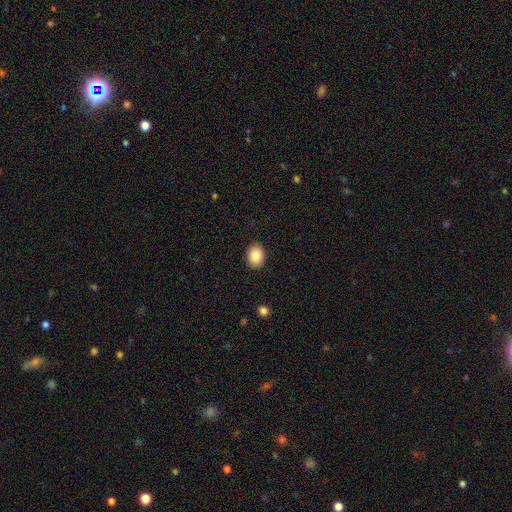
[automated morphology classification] Smooth or featured? Predicted: smooth (p=0.85). How rounded? Predicted: in between (p=0.66). Merging? Predicted: none (p=0.90).